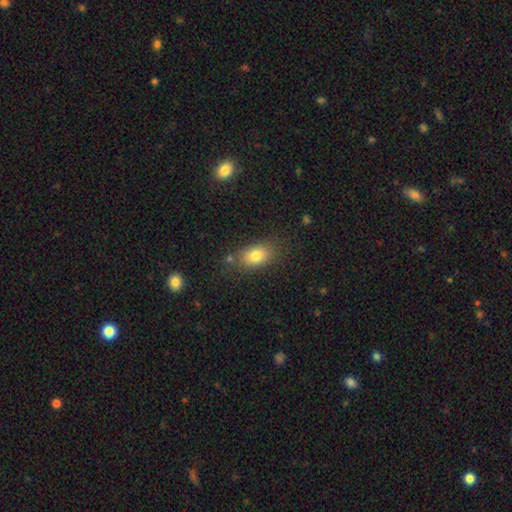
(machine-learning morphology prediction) type=smooth (80%); roundness=in between (82%); merging=none (77%).